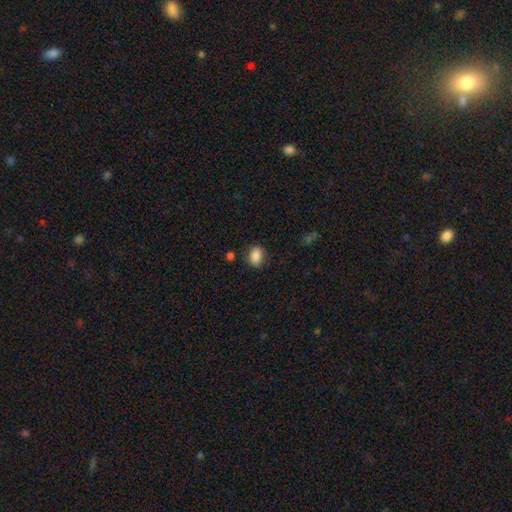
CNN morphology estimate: This appears to be a smooth galaxy with no disk features (86%) that is in between round and cigar-shaped (71%). Merging: none (81%).